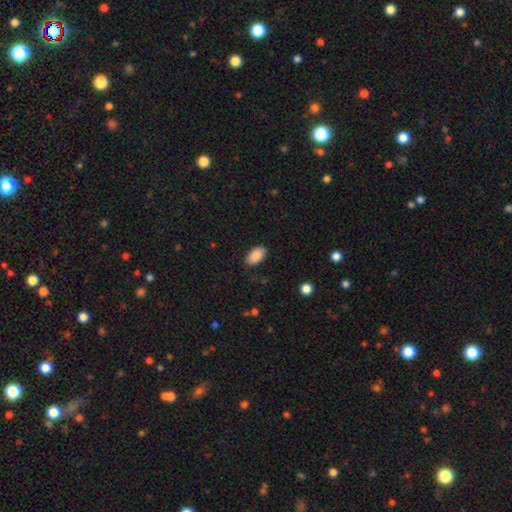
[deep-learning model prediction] Smooth or featured? Predicted: smooth (p=0.89). How rounded? Predicted: in between (p=0.94). Merging? Predicted: none (p=0.86).